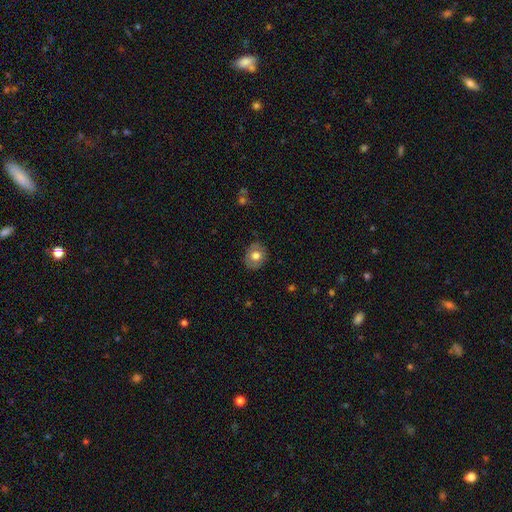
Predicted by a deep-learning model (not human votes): smooth 71%, featured or disk 21%, star or artifact 8%. Down the decision tree: how rounded — round (62%); merging — none (81%).